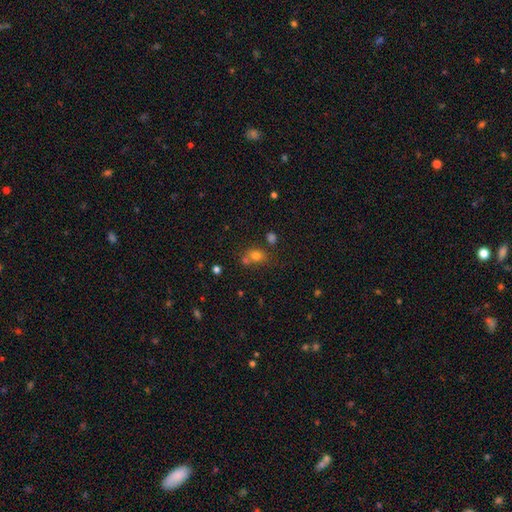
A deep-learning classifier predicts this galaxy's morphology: smooth_or_featured: smooth (p=0.72) [alt: star or artifact p=0.18]
how_rounded: round (p=0.53) [alt: in between p=0.45]
merging: none (p=0.52) [alt: merger p=0.29]